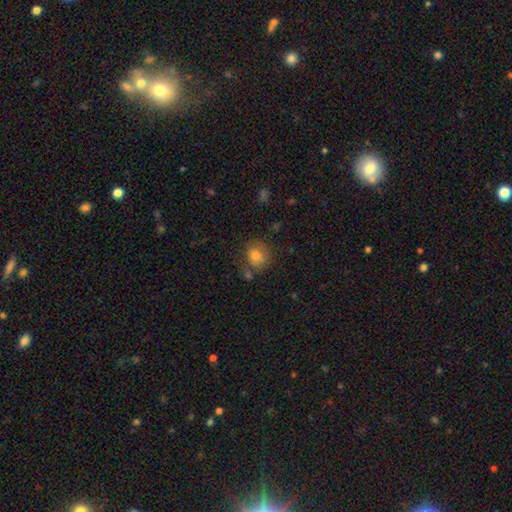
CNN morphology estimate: This appears to be a smooth galaxy with no disk features (77%) that is round (82%). Merging: none (70%).